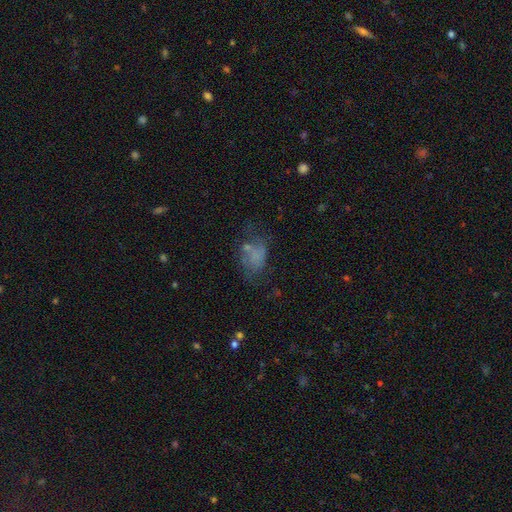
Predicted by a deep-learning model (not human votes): Smooth or featured?
  - smooth: 50% *
  - featured or disk: 33%
  - star or artifact: 17%
Merging?
  - none: 39% *
  - major disturbance: 30%
  - minor disturbance: 24%
  - merger: 8%